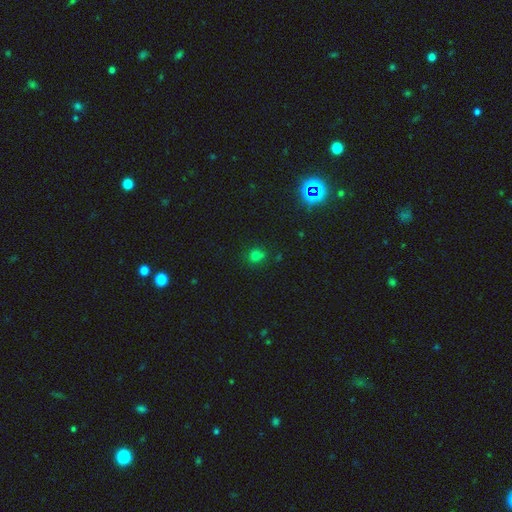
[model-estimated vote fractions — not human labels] smooth_or_featured: smooth (p=0.70) [alt: star or artifact p=0.24]
how_rounded: round (p=0.72) [alt: in between p=0.27]
merging: none (p=0.71) [alt: minor disturbance p=0.17]